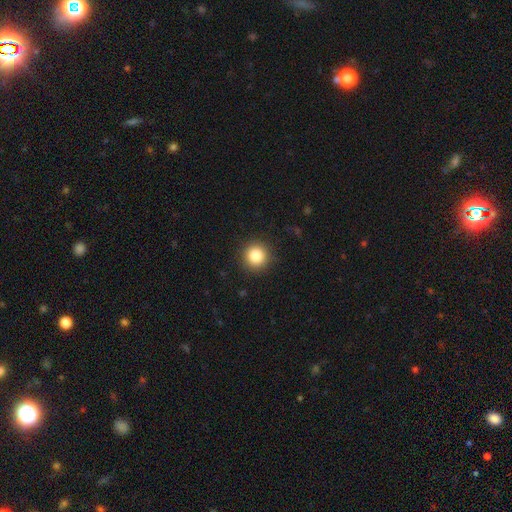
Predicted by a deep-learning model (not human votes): A smooth galaxy with no disk features (85%) that is round (95%).

Vote fractions:
- Smooth or featured? smooth: 85% / star or artifact: 10% / featured or disk: 5%
- How rounded? round: 95% / in between: 4% / cigar-shaped: 1%
- Merging? none: 91% / minor disturbance: 6% / major disturbance: 2% / merger: 1%